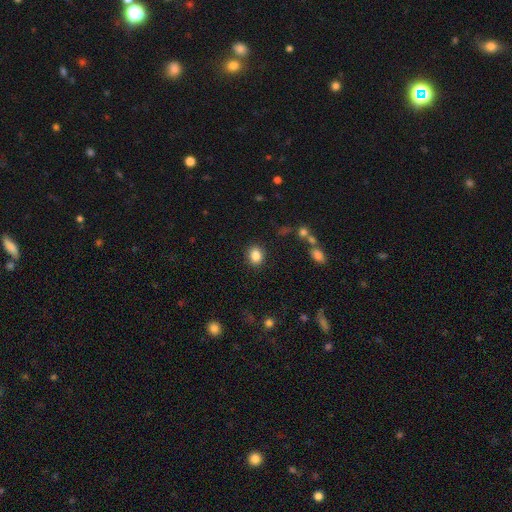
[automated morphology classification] A smooth galaxy with no disk features (85%) that is round (56%). Merging: none (89%).